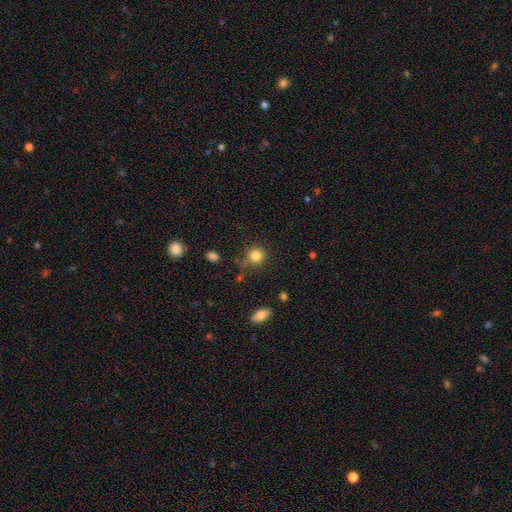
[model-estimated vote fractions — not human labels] This is clearly a smooth galaxy (83%). How rounded: clearly round (87%). Merging: likely none (70%).